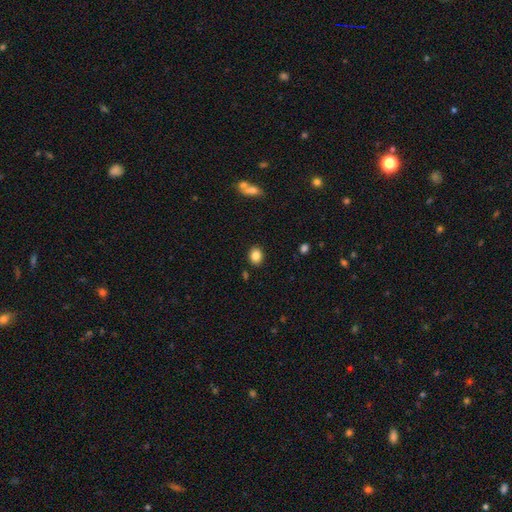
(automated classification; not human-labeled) Smooth or featured: smooth — 85% (star or artifact — 10%)
How rounded: round — 50% (in between — 49%)
Merging: none — 88% (minor disturbance — 8%)